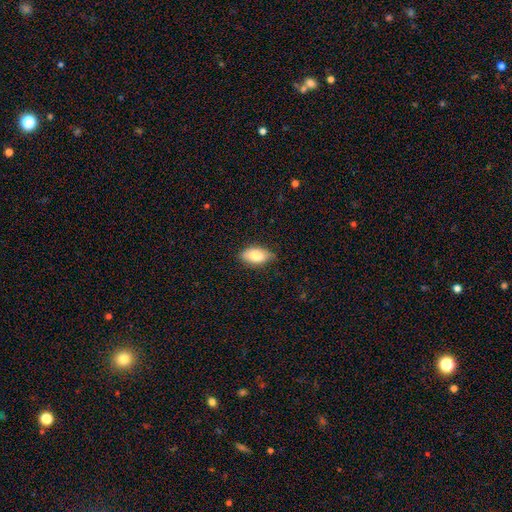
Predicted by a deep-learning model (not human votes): This appears to be a smooth galaxy with no disk features (81%) that is in between round and cigar-shaped (92%). Merging: none (75%).